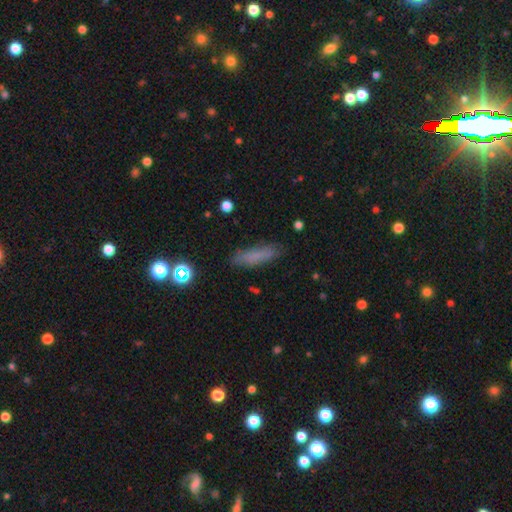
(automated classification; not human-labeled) This is likely a smooth galaxy (75%). How rounded: likely cigar-shaped (70%). Merging: clearly none (82%).